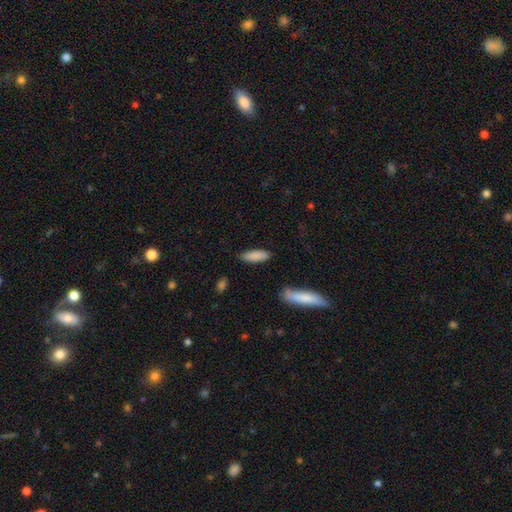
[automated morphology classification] Q: Smooth or featured?
A: smooth (87%); runner-up: featured or disk (7%)
Q: How rounded?
A: in between (56%); runner-up: cigar-shaped (42%)
Q: Merging?
A: none (84%); runner-up: minor disturbance (11%)